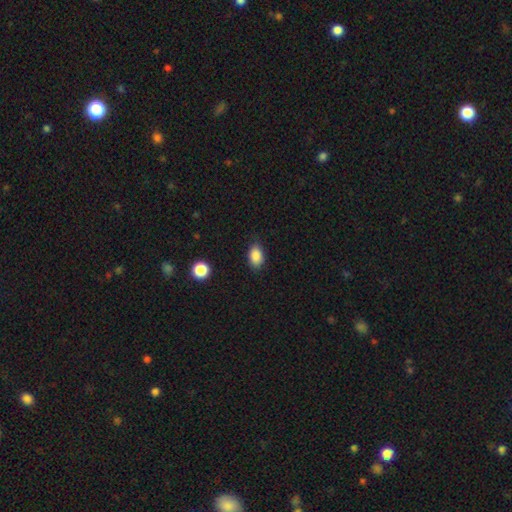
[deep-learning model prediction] Overall: smooth (87%). How rounded: in between (86%). Merging: none (83%).